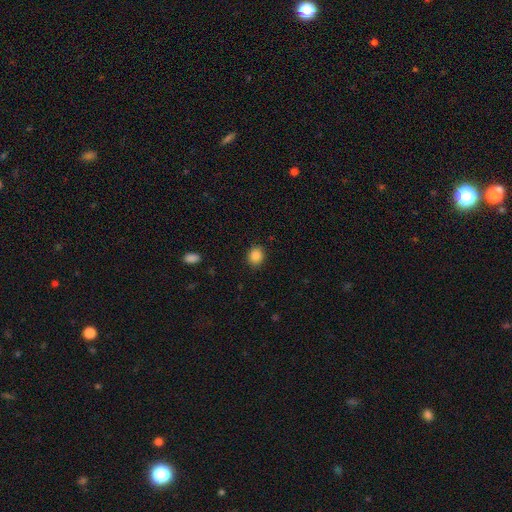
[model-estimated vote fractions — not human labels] smooth 87%, star or artifact 9%, featured or disk 4%. Down the decision tree: how rounded — round (63%); merging — none (89%).